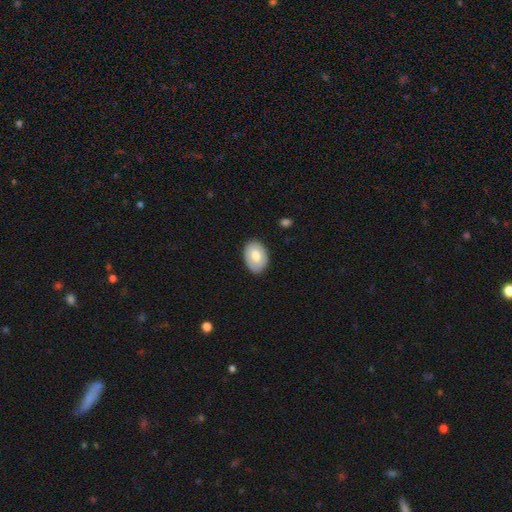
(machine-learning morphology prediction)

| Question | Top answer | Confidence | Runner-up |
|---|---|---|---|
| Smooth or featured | smooth | 68% | featured or disk (26%) |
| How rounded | in between | 81% | round (18%) |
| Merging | none | 85% | minor disturbance (12%) |